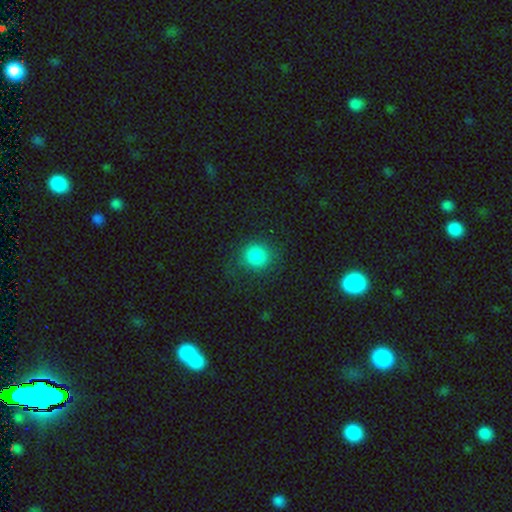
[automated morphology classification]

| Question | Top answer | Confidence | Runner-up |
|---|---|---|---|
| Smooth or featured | smooth | 85% | star or artifact (11%) |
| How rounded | round | 83% | in between (16%) |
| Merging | none | 80% | minor disturbance (13%) |